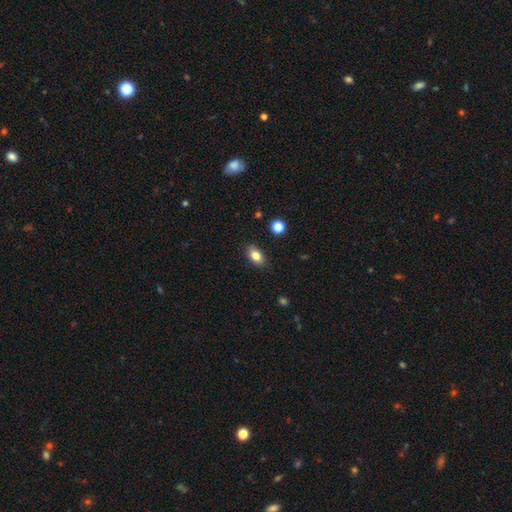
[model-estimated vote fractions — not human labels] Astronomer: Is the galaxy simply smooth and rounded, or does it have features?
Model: smooth — 81%.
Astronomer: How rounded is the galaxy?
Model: in between — 86%.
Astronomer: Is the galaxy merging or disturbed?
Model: none — 87%.